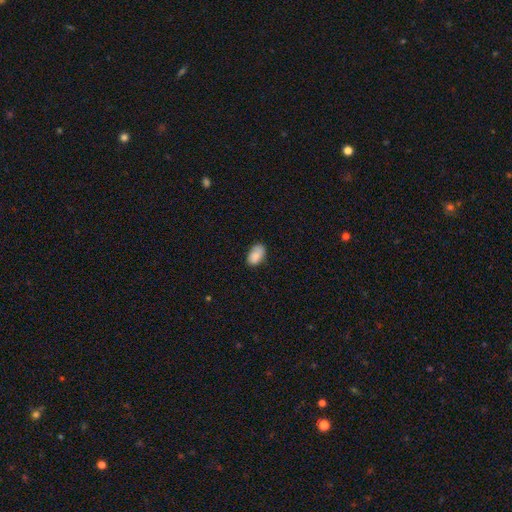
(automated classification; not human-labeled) Smooth or featured? Predicted: smooth (p=0.84). How rounded? Predicted: in between (p=0.91). Merging? Predicted: none (p=0.68).